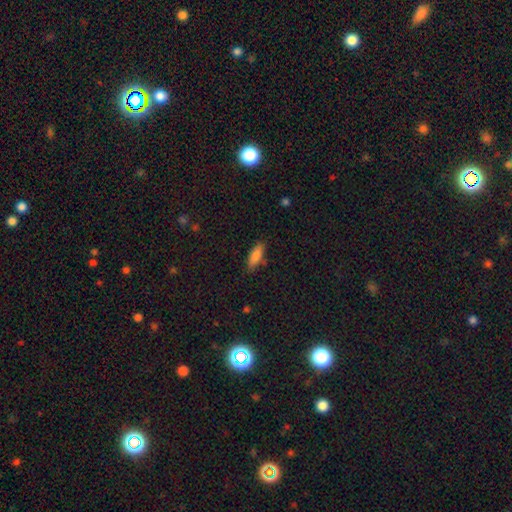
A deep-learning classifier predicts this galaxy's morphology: A smooth galaxy with no disk features (82%) that is in between round and cigar-shaped (64%). Merging: none (82%).